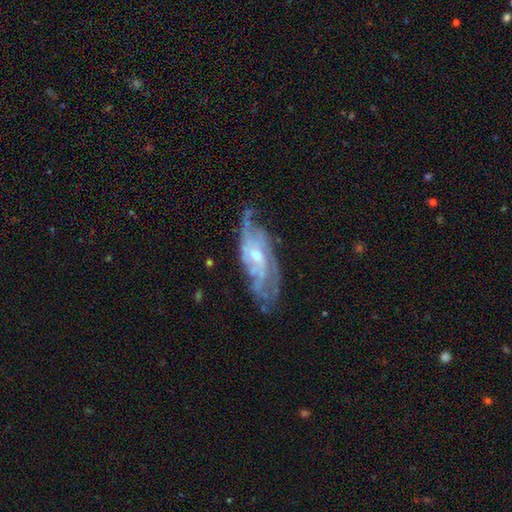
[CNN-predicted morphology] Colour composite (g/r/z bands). It shows a featured or disk galaxy (81%) with no bar (62%), medium (42%, tied with tight) spiral arms (89%) and a moderate central bulge (49%). Merging: none (57%).